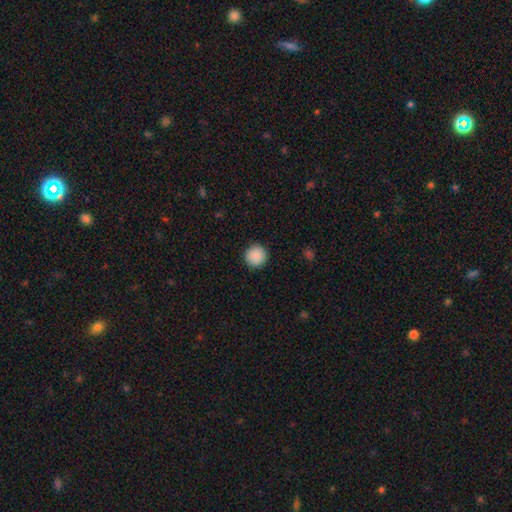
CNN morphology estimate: Smooth or featured? Predicted: smooth (p=0.89). How rounded? Predicted: round (p=0.95). Merging? Predicted: none (p=0.92).